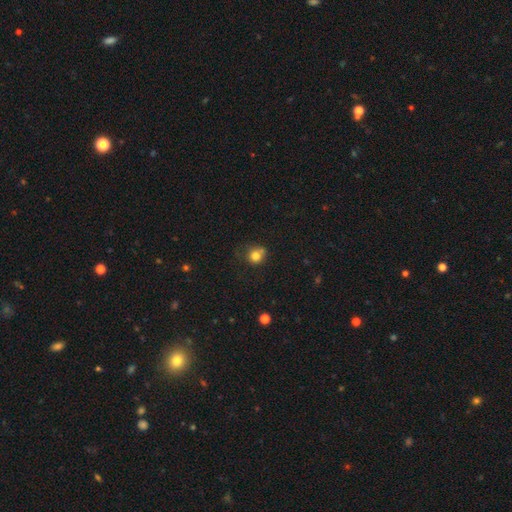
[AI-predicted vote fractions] Smooth or featured: smooth — 79% (star or artifact — 13%)
How rounded: round — 85% (in between — 14%)
Merging: none — 57% (minor disturbance — 22%)